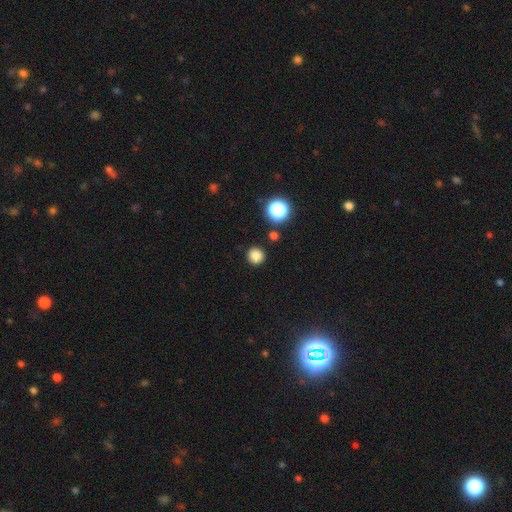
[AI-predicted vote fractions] Smooth or featured? smooth (83%)
How rounded? round (95%)
Merging? none (90%)